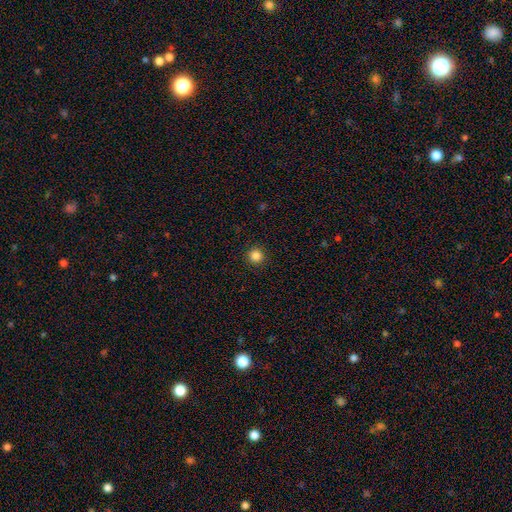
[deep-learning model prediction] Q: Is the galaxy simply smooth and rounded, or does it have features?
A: smooth — 85%.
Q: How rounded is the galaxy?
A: round — 95%.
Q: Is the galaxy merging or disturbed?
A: none — 93%.